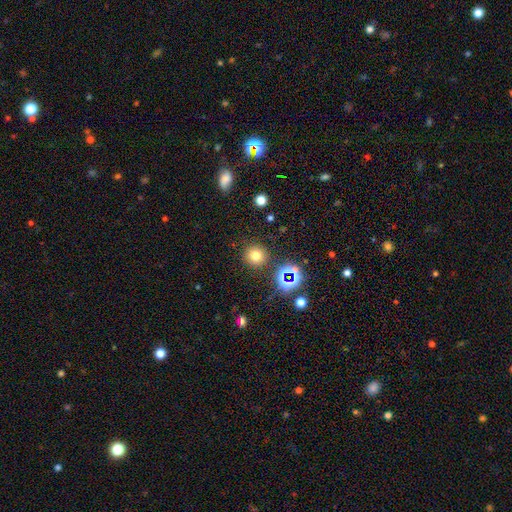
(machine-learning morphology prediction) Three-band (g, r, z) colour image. It shows a smooth galaxy with no disk features (69%) that is round (93%). Merging: none (88%).